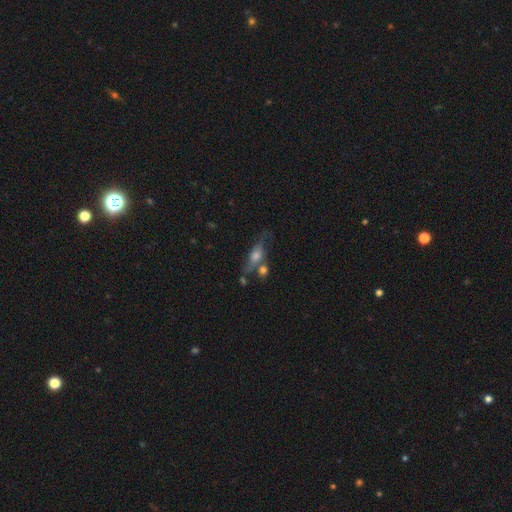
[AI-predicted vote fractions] This is possibly a featured or disk galaxy (53%). It is likely viewed edge-on (65%). Merging: possibly none (54%).